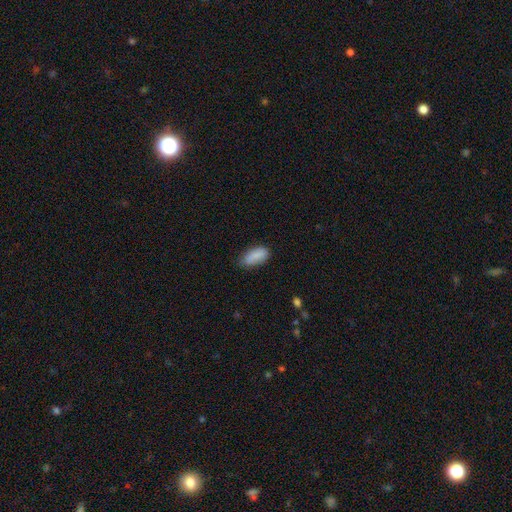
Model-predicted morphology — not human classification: A smooth galaxy with no disk features (86%) that is in between round and cigar-shaped (87%).

Vote fractions:
- Smooth or featured? smooth: 86% / star or artifact: 7% / featured or disk: 7%
- How rounded? in between: 87% / cigar-shaped: 11% / round: 2%
- Merging? none: 66% / minor disturbance: 27% / major disturbance: 5% / merger: 2%